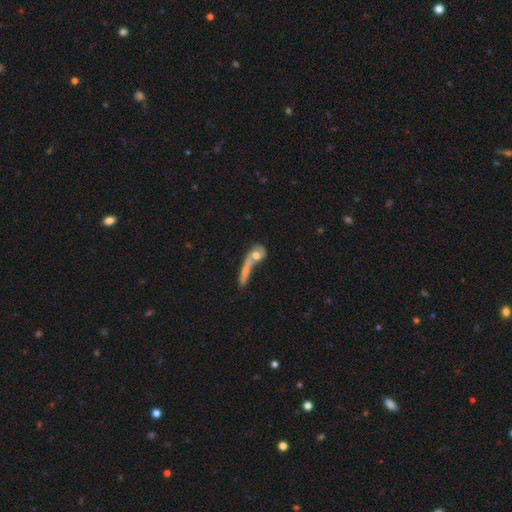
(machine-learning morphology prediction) Smooth or featured? smooth (54%)
How rounded? in between (38%)
Merging? merger (52%)